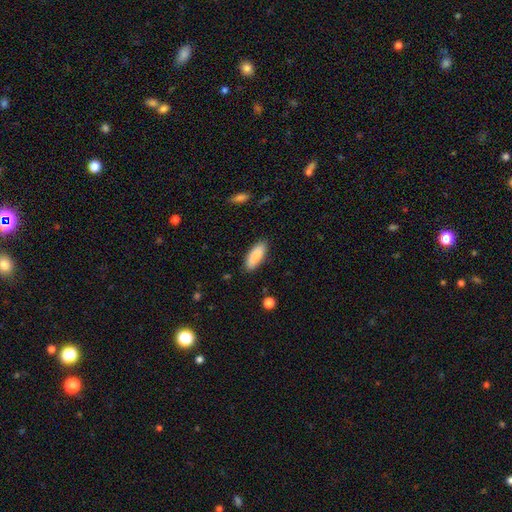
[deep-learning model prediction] Overall: smooth (87%). How rounded: in between (73%). Merging: none (86%).